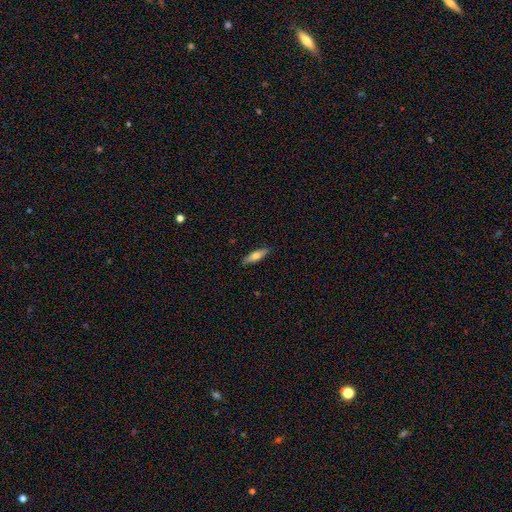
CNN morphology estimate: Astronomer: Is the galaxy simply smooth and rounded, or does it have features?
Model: smooth — 67%.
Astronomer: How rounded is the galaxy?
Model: cigar-shaped — 55% (runner-up: in between, 43%).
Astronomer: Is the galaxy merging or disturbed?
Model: none — 87%.